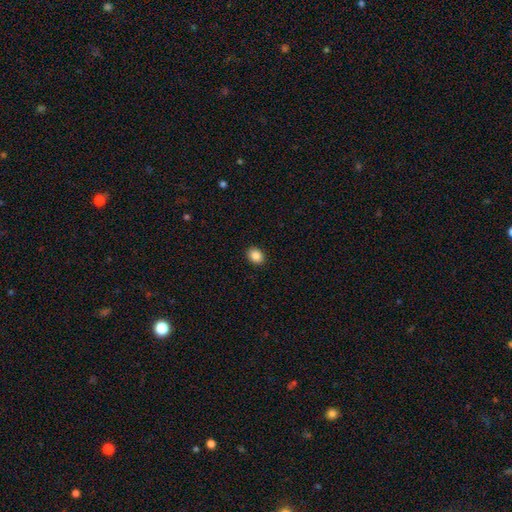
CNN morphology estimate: This is clearly a smooth galaxy (87%). How rounded: possibly in between (60%). Merging: clearly none (91%).